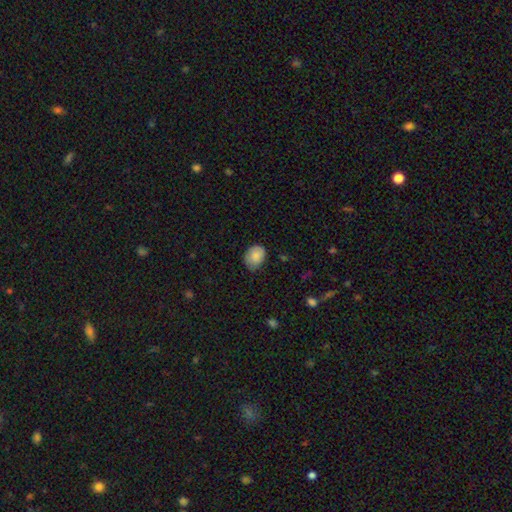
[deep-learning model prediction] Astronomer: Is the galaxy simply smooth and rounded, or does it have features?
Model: smooth — 85%.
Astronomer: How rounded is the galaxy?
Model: in between — 60% (runner-up: round, 39%).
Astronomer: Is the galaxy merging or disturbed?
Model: none — 65%.